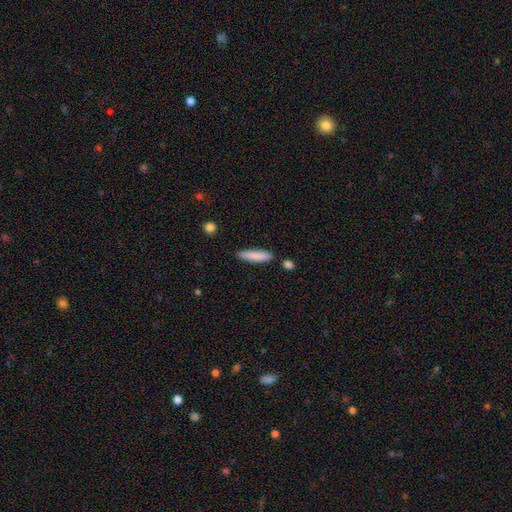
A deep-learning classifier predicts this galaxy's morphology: Q: Smooth or featured?
A: smooth (85%); runner-up: featured or disk (9%)
Q: How rounded?
A: cigar-shaped (81%); runner-up: in between (18%)
Q: Merging?
A: none (83%); runner-up: minor disturbance (11%)